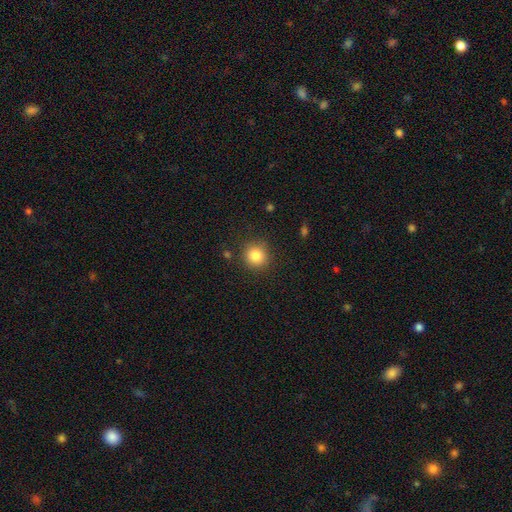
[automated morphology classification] A smooth galaxy with no disk features (84%) that is round (91%).

Vote fractions:
- Smooth or featured? smooth: 84% / star or artifact: 11% / featured or disk: 6%
- How rounded? round: 91% / in between: 8% / cigar-shaped: 1%
- Merging? none: 88% / minor disturbance: 8% / major disturbance: 3% / merger: 2%